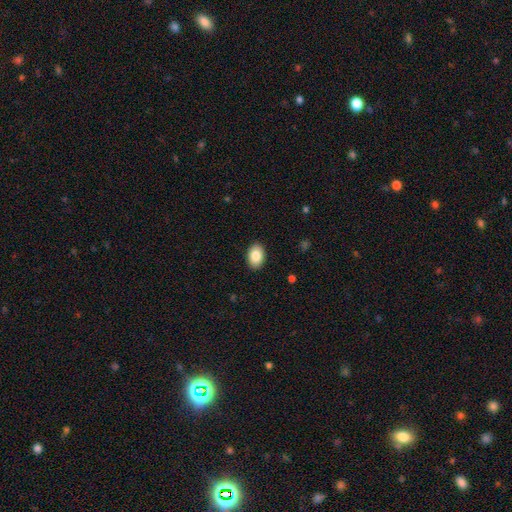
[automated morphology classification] This appears to be a smooth galaxy with no disk features (86%) that is in between round and cigar-shaped (87%). Merging: none (90%).